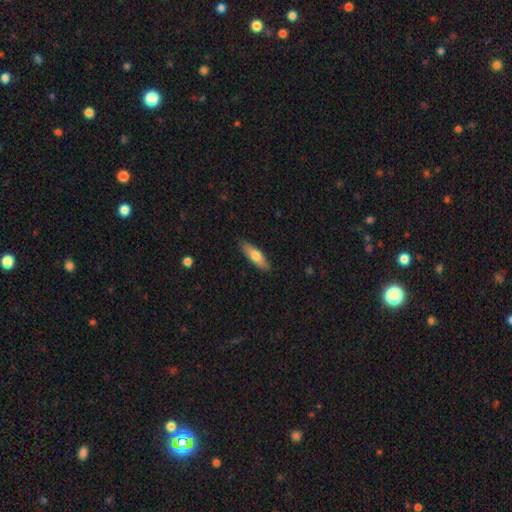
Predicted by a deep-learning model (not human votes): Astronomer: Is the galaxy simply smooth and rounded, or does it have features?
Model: smooth — 69%.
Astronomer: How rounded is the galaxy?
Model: cigar-shaped — 55% (runner-up: in between, 43%).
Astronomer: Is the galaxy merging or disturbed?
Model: none — 87%.